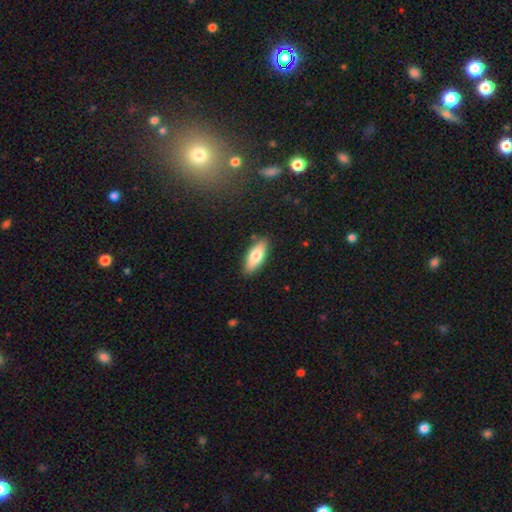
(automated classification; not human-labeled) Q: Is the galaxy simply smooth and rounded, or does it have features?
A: smooth — 76%.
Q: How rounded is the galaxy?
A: in between — 74%.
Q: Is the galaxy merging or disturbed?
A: none — 87%.